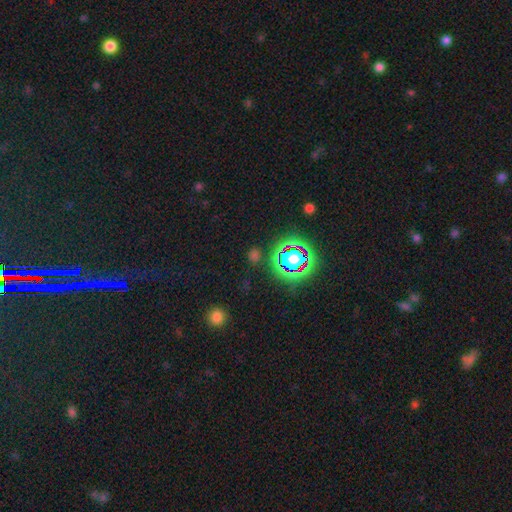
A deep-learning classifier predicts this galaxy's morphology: The model was most divided on "smooth or featured": star or artifact: 61%, smooth: 30%, featured or disk: 9%.